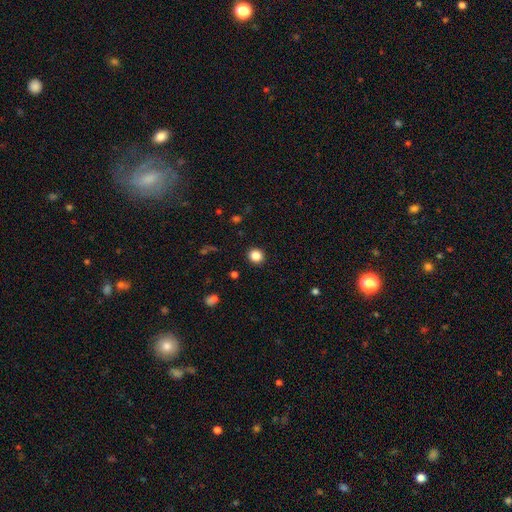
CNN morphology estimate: Smooth or featured? smooth (85%)
How rounded? round (88%)
Merging? none (92%)